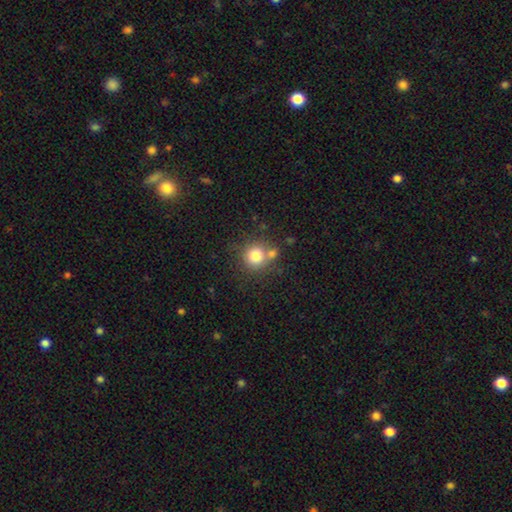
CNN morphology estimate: smooth_or_featured: smooth (p=0.79) [alt: star or artifact p=0.12]
how_rounded: round (p=0.91) [alt: in between p=0.08]
merging: none (p=0.63) [alt: merger p=0.22]